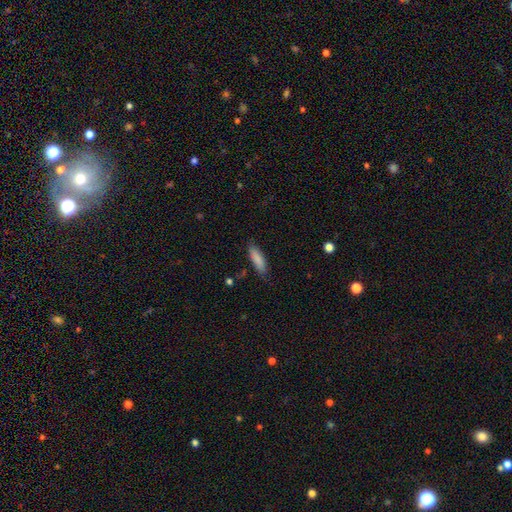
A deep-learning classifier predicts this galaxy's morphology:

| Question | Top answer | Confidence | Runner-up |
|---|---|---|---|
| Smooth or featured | smooth | 84% | featured or disk (9%) |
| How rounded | cigar-shaped | 65% | in between (34%) |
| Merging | none | 83% | minor disturbance (13%) |